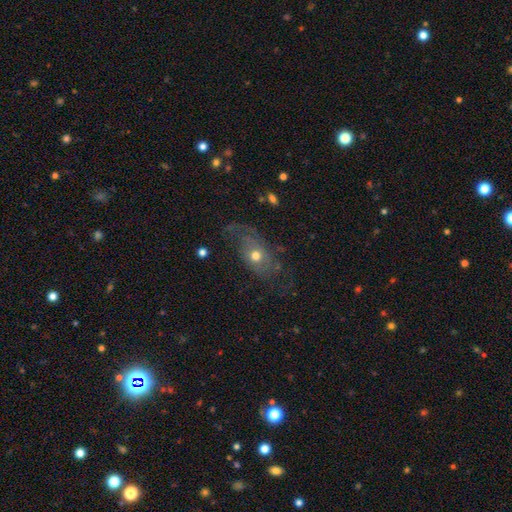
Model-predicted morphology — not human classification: featured or disk 59%, smooth 31%, star or artifact 10%. Down the decision tree: edge-on disk — no (89%); bar — no (84%); spiral arms — yes (67%); bulge size — moderate (70%); merging — none (51%).